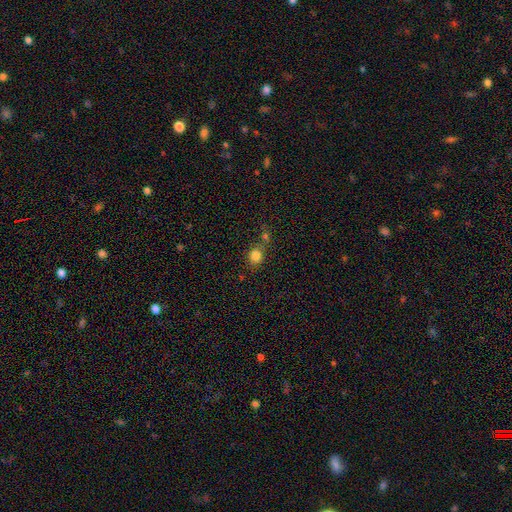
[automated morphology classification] A smooth galaxy with no disk features (82%) that is round (73%). Merging: none (56%).